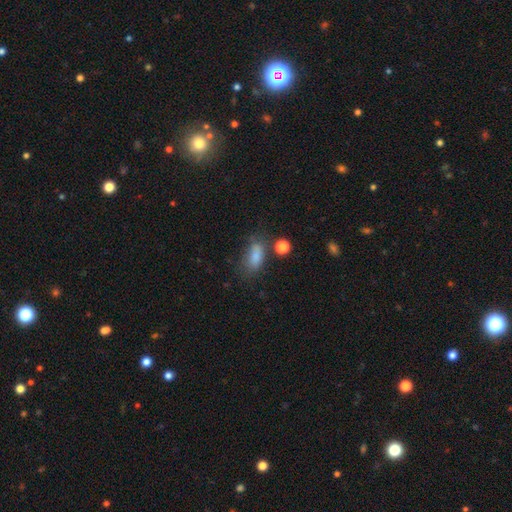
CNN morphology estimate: Smooth or featured?
  - smooth: 80% *
  - star or artifact: 11%
  - featured or disk: 9%
How rounded?
  - in between: 80% *
  - cigar-shaped: 12%
  - round: 8%
Merging?
  - none: 55% *
  - minor disturbance: 24%
  - major disturbance: 13%
  - merger: 8%